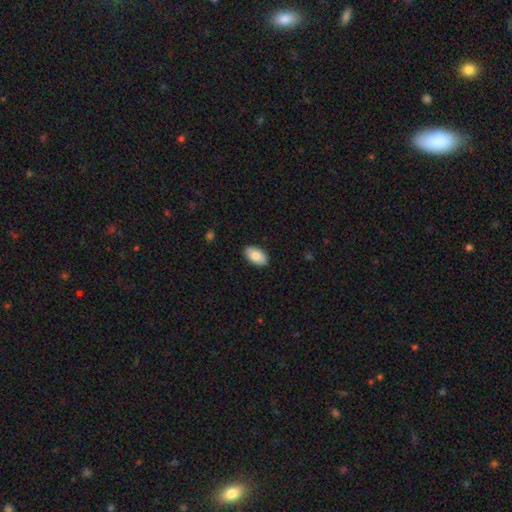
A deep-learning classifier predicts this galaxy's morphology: Smooth or featured: smooth — 83% (featured or disk — 11%)
How rounded: in between — 95% (round — 4%)
Merging: none — 89% (minor disturbance — 8%)